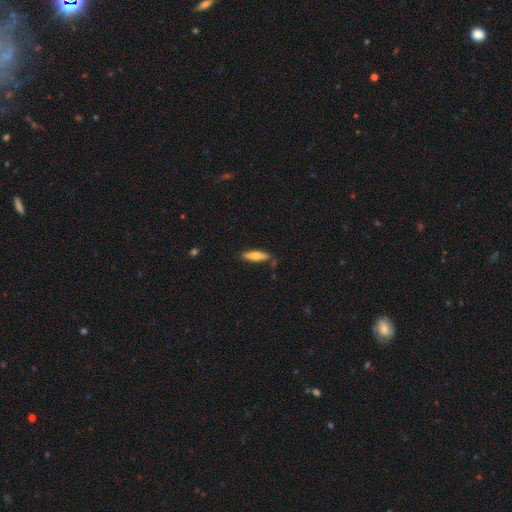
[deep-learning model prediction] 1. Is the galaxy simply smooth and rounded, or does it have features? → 71% smooth, 23% featured or disk, 6% star or artifact.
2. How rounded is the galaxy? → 66% cigar-shaped, 32% in between, 2% round.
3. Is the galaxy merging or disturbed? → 80% none, 14% minor disturbance, 3% merger, 3% major disturbance.